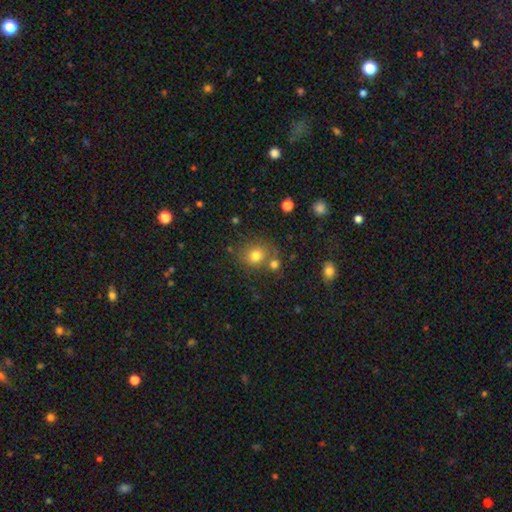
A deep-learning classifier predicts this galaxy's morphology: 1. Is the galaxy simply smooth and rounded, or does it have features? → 76% smooth, 14% star or artifact, 10% featured or disk.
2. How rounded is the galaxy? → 78% round, 21% in between, 1% cigar-shaped.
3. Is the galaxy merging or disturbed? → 67% none, 17% merger, 11% minor disturbance, 4% major disturbance.